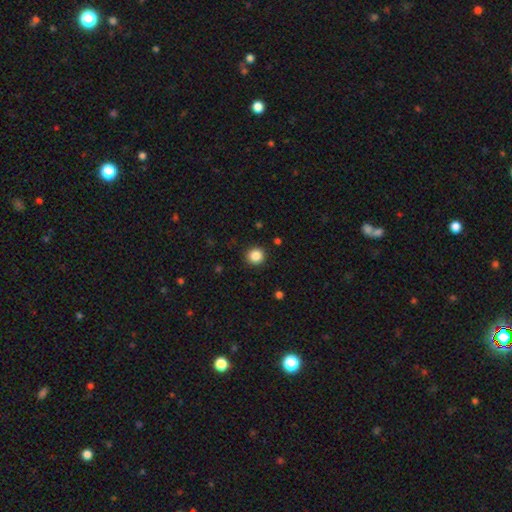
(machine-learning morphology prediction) type=smooth (86%); roundness=round (94%); merging=none (91%).